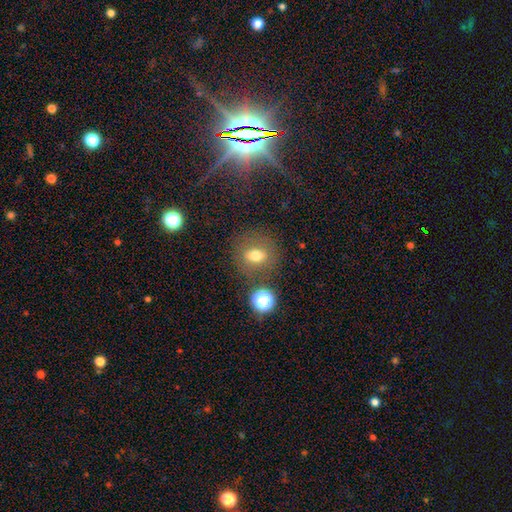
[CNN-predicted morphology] A smooth galaxy with no disk features (66%) that is round (50%).

Vote fractions:
- Smooth or featured? smooth: 66% / featured or disk: 18% / star or artifact: 16%
- How rounded? round: 50% / in between: 47% / cigar-shaped: 3%
- Merging? none: 75% / minor disturbance: 13% / major disturbance: 6% / merger: 6%